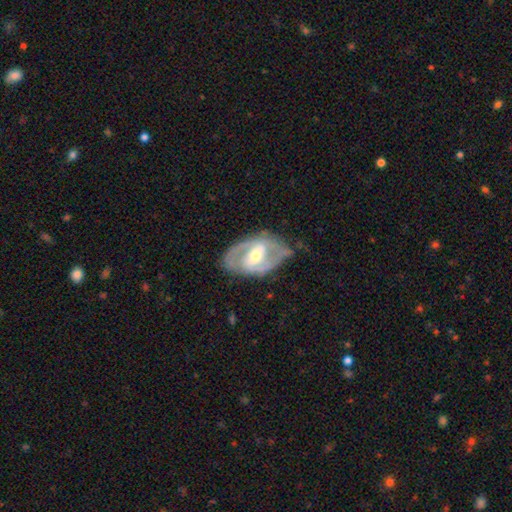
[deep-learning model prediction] featured or disk 83%, smooth 13%, star or artifact 4%. Down the decision tree: edge-on disk — no (95%); bar — strong (42%); spiral arms — yes (79%); spiral arm count — 2 (82%); spiral winding — medium (47%); bulge size — moderate (60%); merging — none (70%).